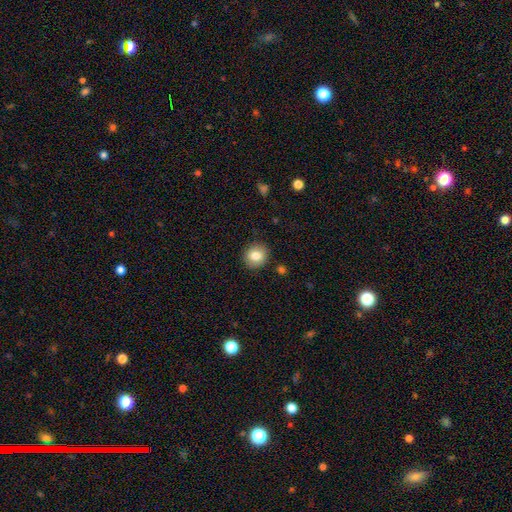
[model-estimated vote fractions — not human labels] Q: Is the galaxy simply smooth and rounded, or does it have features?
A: smooth — 83%.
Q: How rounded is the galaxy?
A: round — 83%.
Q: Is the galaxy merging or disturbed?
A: none — 89%.